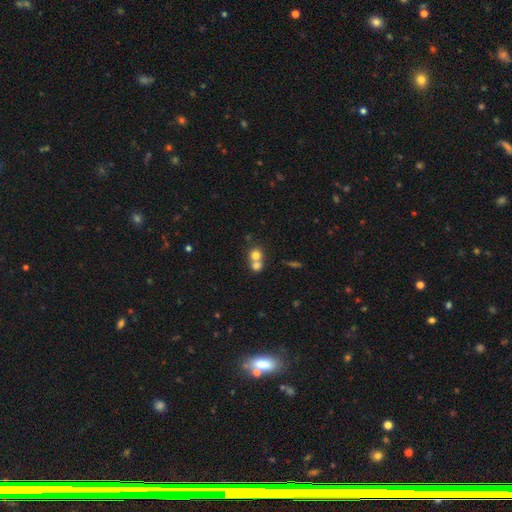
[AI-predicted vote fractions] Overall: smooth (74%). How rounded: round (83%). Merging: merger (60%; none 33%).